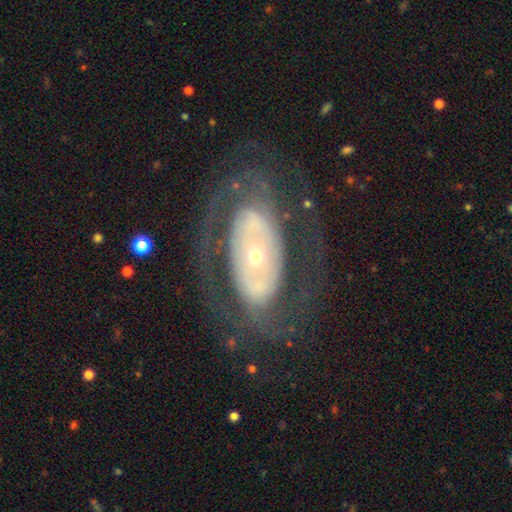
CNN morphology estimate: This is likely a featured or disk galaxy (78%). It is clearly not viewed edge-on (92%). Bar: likely no (67%). Spiral arm pattern: likely yes (63%). Central bulge: possibly small (58%). Merging: likely none (69%).